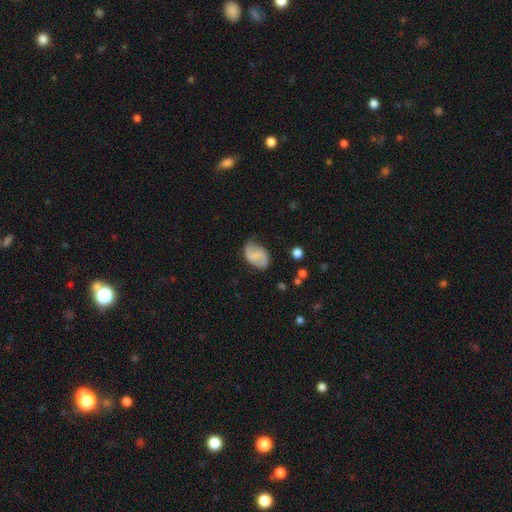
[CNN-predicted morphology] Q: Smooth or featured?
A: smooth (48%); runner-up: featured or disk (45%)
Q: Merging?
A: none (66%); runner-up: minor disturbance (25%)